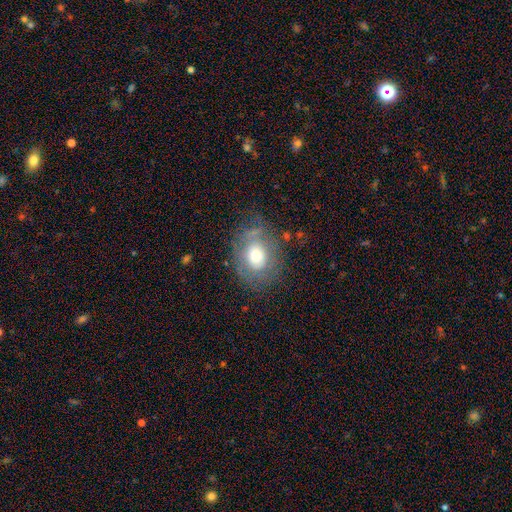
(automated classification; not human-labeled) Morphology: type=smooth (58%); roundness=in between (54%); merging=none (61%).